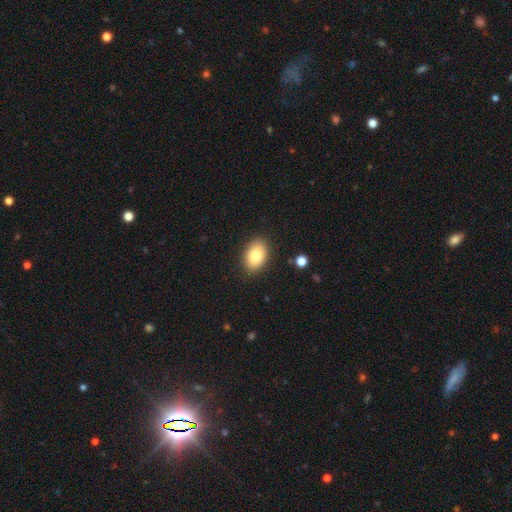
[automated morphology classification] smooth-or-featured: smooth: 83% | featured or disk: 10% | star or artifact: 7%
  how-rounded: in between: 88% | round: 11% | cigar-shaped: 1%
  merging: none: 88% | minor disturbance: 9% | major disturbance: 2% | merger: 1%